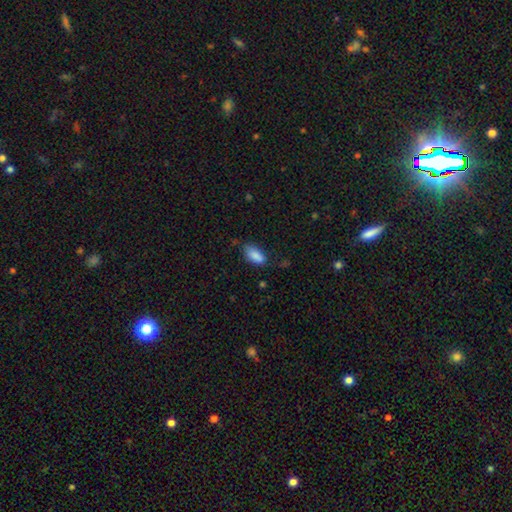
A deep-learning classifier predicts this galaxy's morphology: Smooth or featured?
  - smooth: 87% *
  - star or artifact: 8%
  - featured or disk: 6%
How rounded?
  - in between: 89% *
  - cigar-shaped: 8%
  - round: 3%
Merging?
  - none: 62% *
  - minor disturbance: 29%
  - major disturbance: 6%
  - merger: 3%